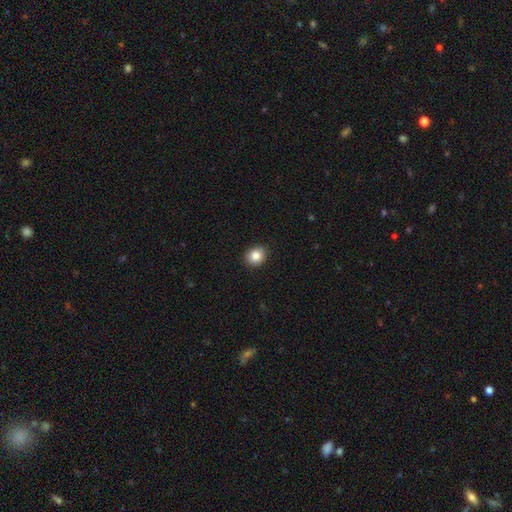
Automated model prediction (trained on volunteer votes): Smooth or featured: smooth — 86% (star or artifact — 9%)
How rounded: round — 62% (in between — 38%)
Merging: none — 90% (minor disturbance — 7%)